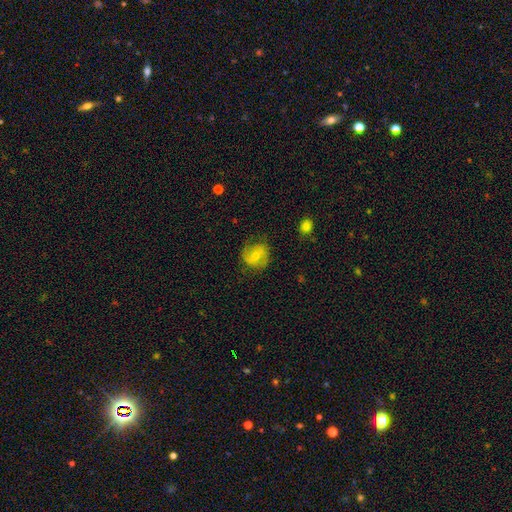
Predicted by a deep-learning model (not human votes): smooth-or-featured: featured or disk: 56% | smooth: 35% | star or artifact: 9%
  disk-edge-on: no: 97% | yes: 3%
    bar: no: 45% | weak: 41% | strong: 14%
    has-spiral-arms: yes: 84% | no: 16%
    bulge-size: small: 50% | moderate: 44% | none: 3% | large: 2% | dominant: 1%
  merging: none: 74% | minor disturbance: 18% | major disturbance: 7% | merger: 1%